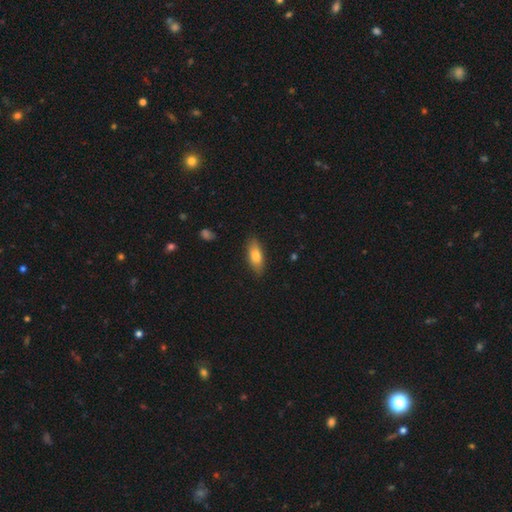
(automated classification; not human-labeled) This appears to be a smooth galaxy with no disk features (78%) that is in between round and cigar-shaped (76%). Merging: none (84%).